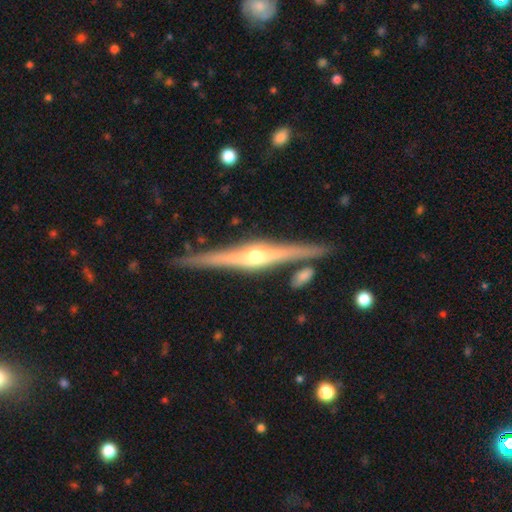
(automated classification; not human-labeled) Smooth or featured?
  - featured or disk: 86% *
  - smooth: 9%
  - star or artifact: 5%
Edge-on disk?
  - yes: 98% *
  - no: 2%
Edge-on bulge?
  - rounded: 89% *
  - boxy: 6%
  - none: 4%
Merging?
  - none: 87% *
  - minor disturbance: 8%
  - merger: 4%
  - major disturbance: 2%